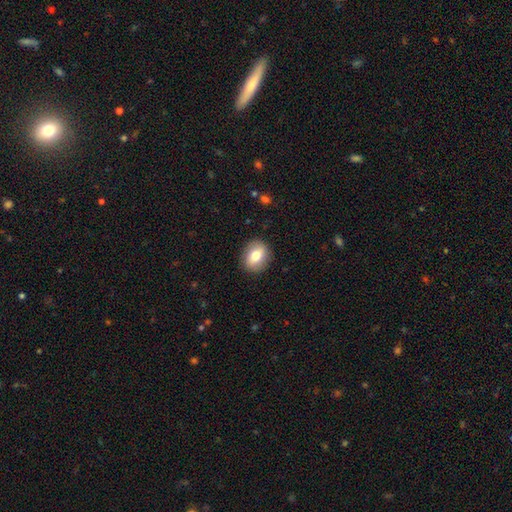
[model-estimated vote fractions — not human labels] smooth 70%, featured or disk 22%, star or artifact 7%. Down the decision tree: how rounded — round (53%); merging — none (88%).